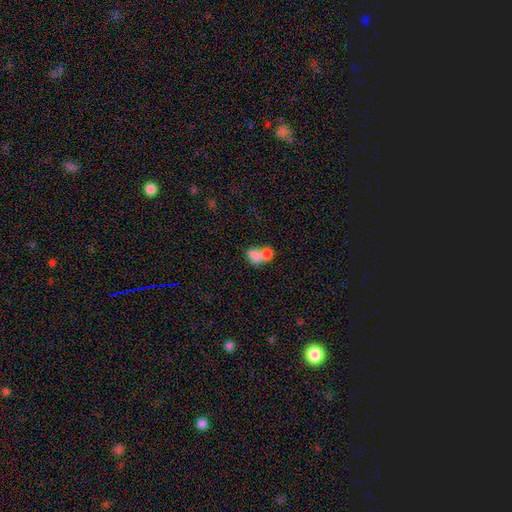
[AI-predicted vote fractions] The model was most divided on "how rounded": in between: 61%, round: 37%, cigar-shaped: 2%. More confident: smooth or featured — smooth (76%); merging — merger (72%).